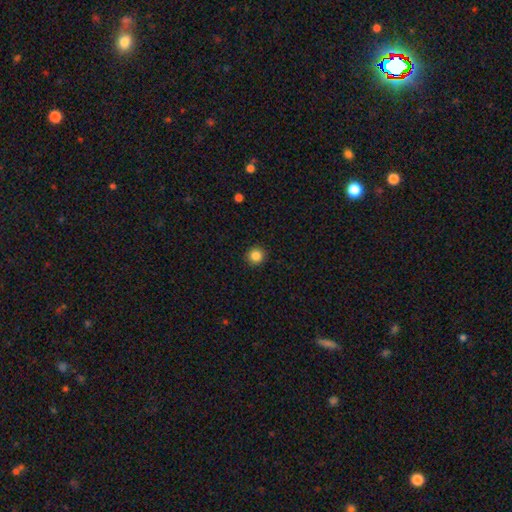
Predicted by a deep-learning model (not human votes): Smooth or featured? Predicted: smooth (p=0.86). How rounded? Predicted: round (p=0.94). Merging? Predicted: none (p=0.92).